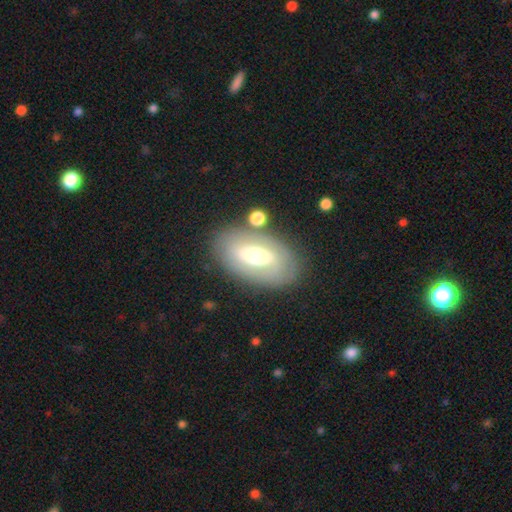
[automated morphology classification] smooth-or-featured: featured or disk: 56% | smooth: 36% | star or artifact: 8%
  disk-edge-on: no: 89% | yes: 11%
  merging: none: 78% | minor disturbance: 13% | merger: 5% | major disturbance: 4%